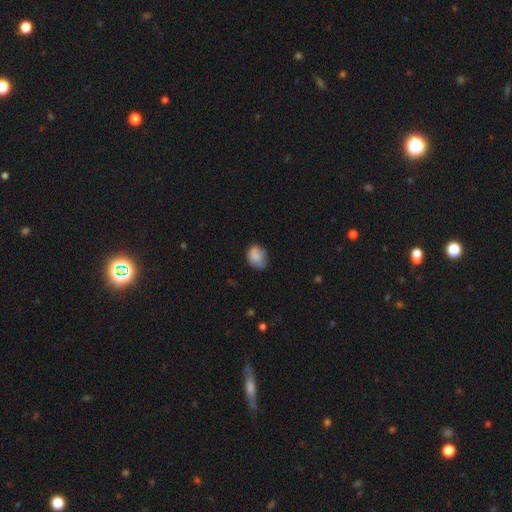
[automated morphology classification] Smooth or featured? Predicted: smooth (p=0.82). How rounded? Predicted: in between (p=0.58). Merging? Predicted: none (p=0.58).